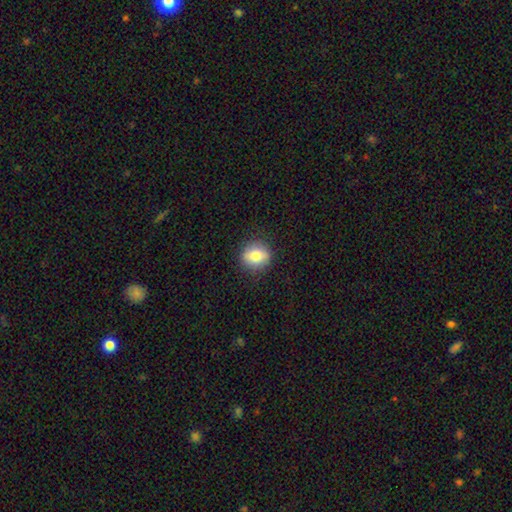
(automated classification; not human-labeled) Morphology: type=smooth (79%); roundness=round (72%); merging=none (86%).